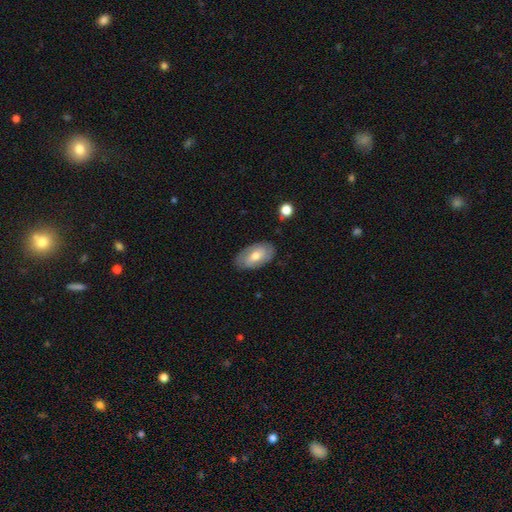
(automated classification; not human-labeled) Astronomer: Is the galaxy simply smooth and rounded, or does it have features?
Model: smooth — 57% (runner-up: featured or disk, 37%).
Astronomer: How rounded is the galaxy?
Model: in between — 93%.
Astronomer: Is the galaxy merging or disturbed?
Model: none — 82%.